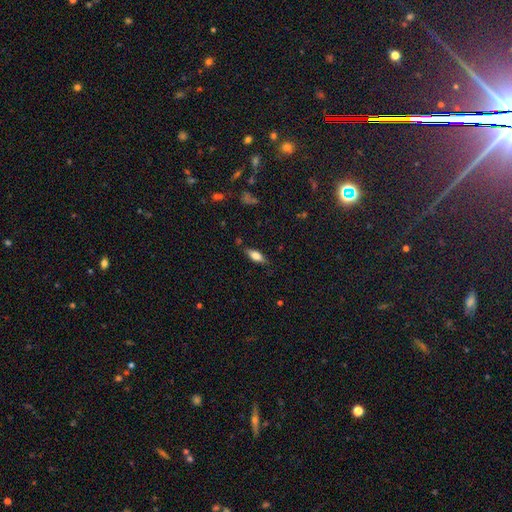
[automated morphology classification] smooth-or-featured: smooth: 63% | featured or disk: 30% | star or artifact: 8%
  how-rounded: in between: 69% | cigar-shaped: 28% | round: 3%
  merging: none: 80% | minor disturbance: 15% | major disturbance: 4% | merger: 2%